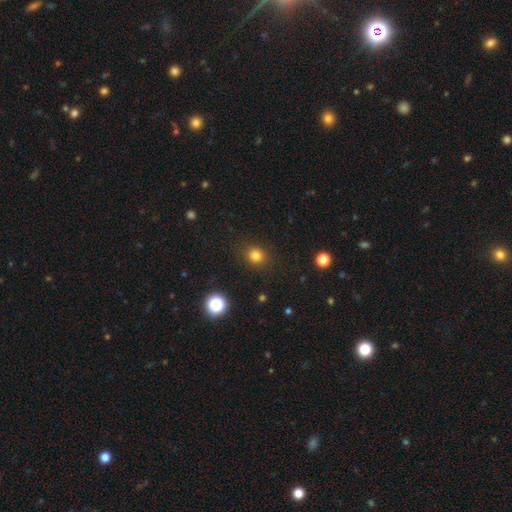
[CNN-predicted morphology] Smooth or featured? Predicted: smooth (p=0.81). How rounded? Predicted: round (p=0.81). Merging? Predicted: none (p=0.88).